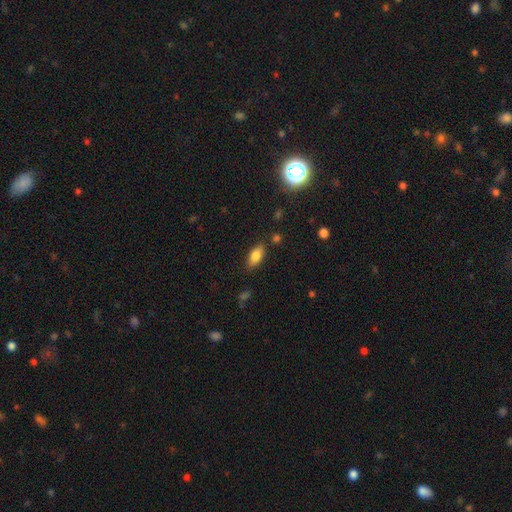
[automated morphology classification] smooth-or-featured: smooth: 80% | featured or disk: 11% | star or artifact: 8%
  how-rounded: in between: 86% | cigar-shaped: 10% | round: 4%
  merging: none: 82% | minor disturbance: 12% | major disturbance: 3% | merger: 2%